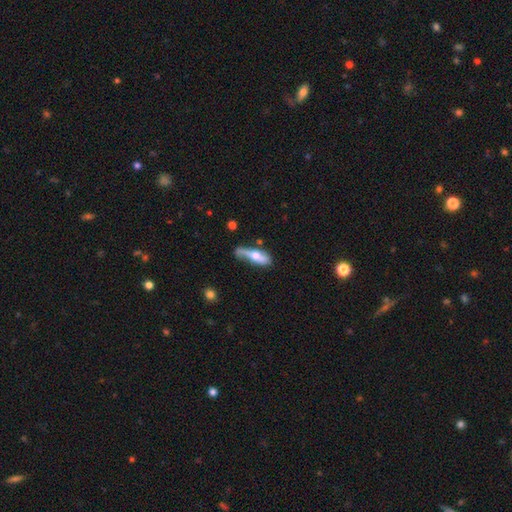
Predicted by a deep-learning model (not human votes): Smooth or featured? Predicted: smooth (p=0.48). Merging? Predicted: none (p=0.45).